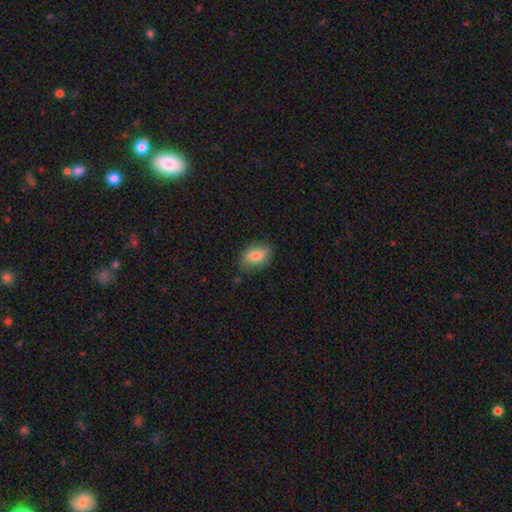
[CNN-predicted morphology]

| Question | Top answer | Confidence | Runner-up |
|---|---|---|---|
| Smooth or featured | smooth | 77% | featured or disk (16%) |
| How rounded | in between | 84% | round (14%) |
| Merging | none | 77% | minor disturbance (18%) |